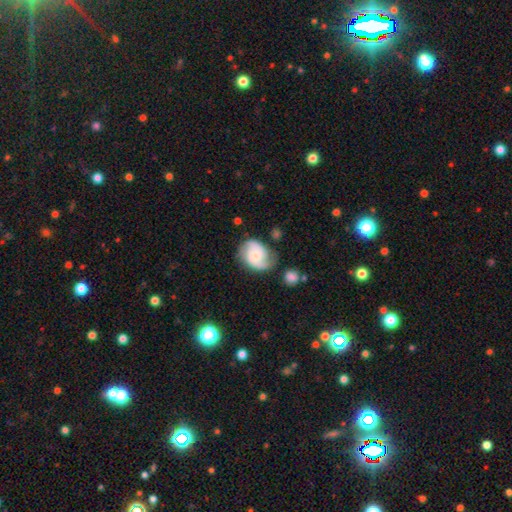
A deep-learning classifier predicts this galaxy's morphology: A featured or disk galaxy (73%) with no bar (57%), 2 (84%) medium (48%) spiral arms (95%) and a small central bulge (46%).

Vote fractions:
- Smooth or featured? featured or disk: 73% / smooth: 21% / star or artifact: 6%
- Edge-on disk? no: 98% / yes: 2%
- Bar? no: 57% / weak: 36% / strong: 7%
- Spiral arms? yes: 95% / no: 5%
- Spiral winding? medium: 48% / loose: 26% / tight: 26%
- Spiral arm count? 2: 84% / can't tell: 6% / 1: 4% / 3: 3% / 4: 1% / more than 4: 1%
- Bulge size? small: 46% / moderate: 39% / none: 8% / large: 5% / dominant: 2%
- Merging? none: 66% / minor disturbance: 22% / major disturbance: 8% / merger: 4%